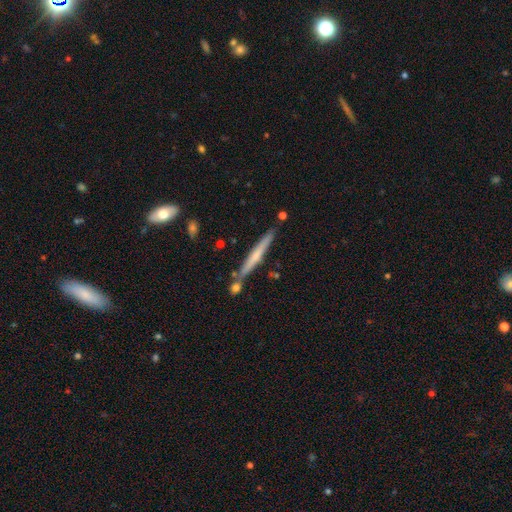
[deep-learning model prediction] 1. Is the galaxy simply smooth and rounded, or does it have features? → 48% featured or disk, 45% smooth, 6% star or artifact.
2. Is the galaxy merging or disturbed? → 79% none, 11% minor disturbance, 8% merger, 2% major disturbance.